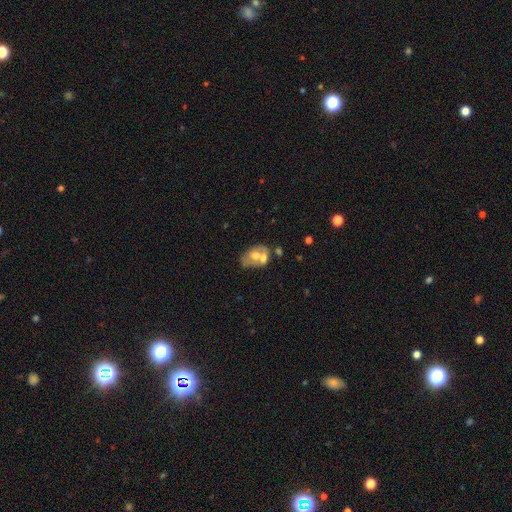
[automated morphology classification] Q: Smooth or featured?
A: smooth (47%); runner-up: featured or disk (45%)
Q: Merging?
A: merger (50%); runner-up: none (27%)